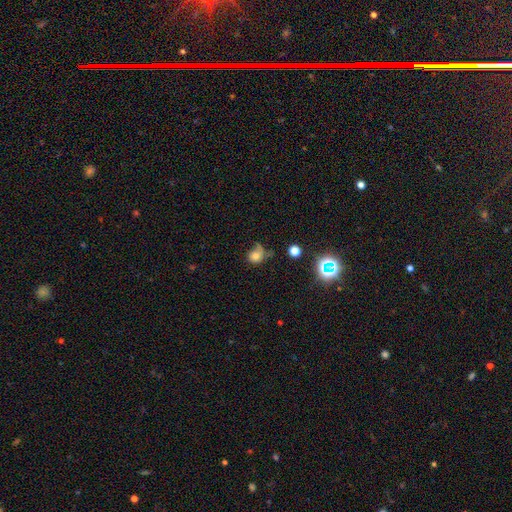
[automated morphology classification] smooth 68%, star or artifact 17%, featured or disk 15%. Down the decision tree: how rounded — round (69%); merging — none (36%).